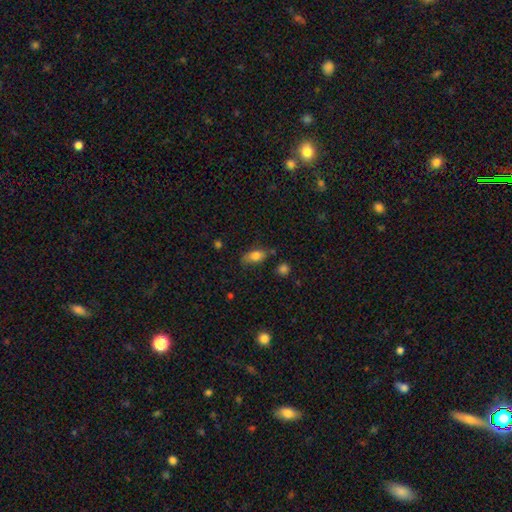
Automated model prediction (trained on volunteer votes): Smooth or featured? Predicted: smooth (p=0.79). How rounded? Predicted: in between (p=0.84). Merging? Predicted: none (p=0.66).